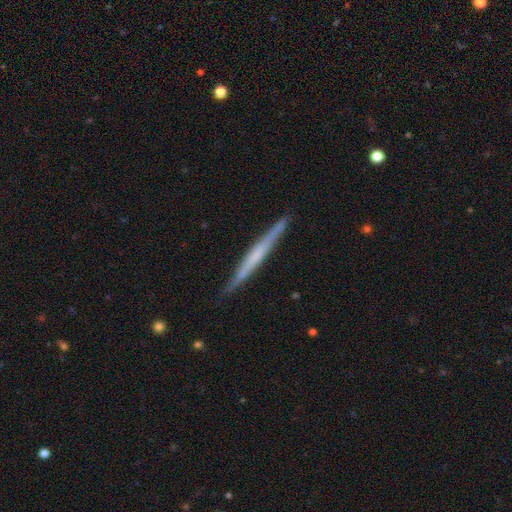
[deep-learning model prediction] Smooth or featured? featured or disk (60%)
Edge-on disk? yes (97%)
Edge-on bulge? none (66%)
Merging? none (87%)